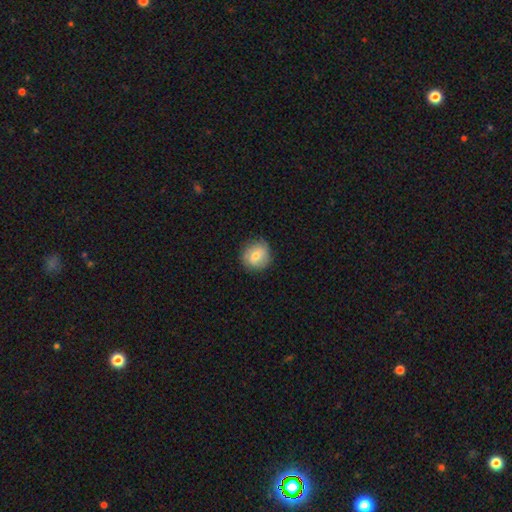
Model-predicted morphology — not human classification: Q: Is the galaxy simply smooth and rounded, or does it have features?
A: smooth — 67%.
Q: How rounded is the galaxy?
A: round — 85%.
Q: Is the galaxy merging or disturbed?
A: none — 80%.